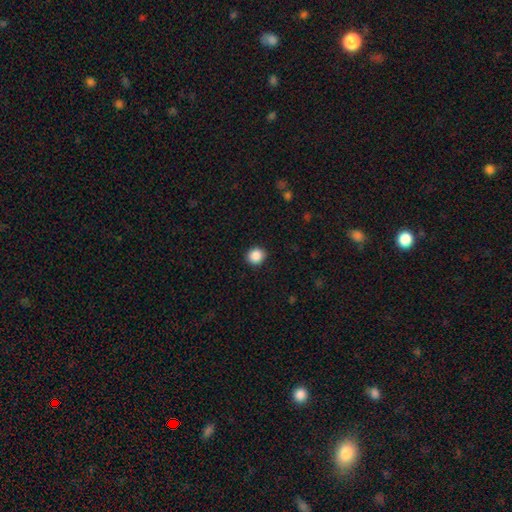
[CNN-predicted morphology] Smooth or featured? smooth (88%)
How rounded? round (86%)
Merging? none (90%)